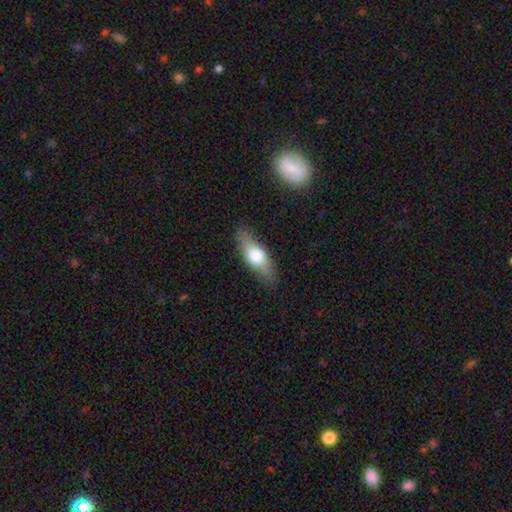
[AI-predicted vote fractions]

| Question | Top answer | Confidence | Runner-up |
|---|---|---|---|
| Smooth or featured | smooth | 62% | featured or disk (32%) |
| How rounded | in between | 61% | cigar-shaped (35%) |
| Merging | none | 85% | minor disturbance (11%) |